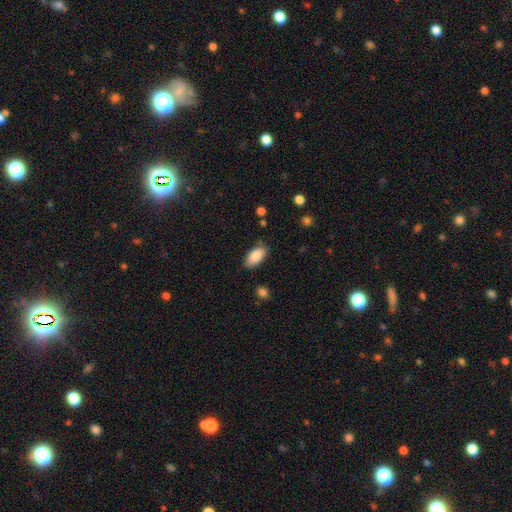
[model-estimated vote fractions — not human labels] Smooth or featured? smooth (86%)
How rounded? in between (92%)
Merging? none (83%)